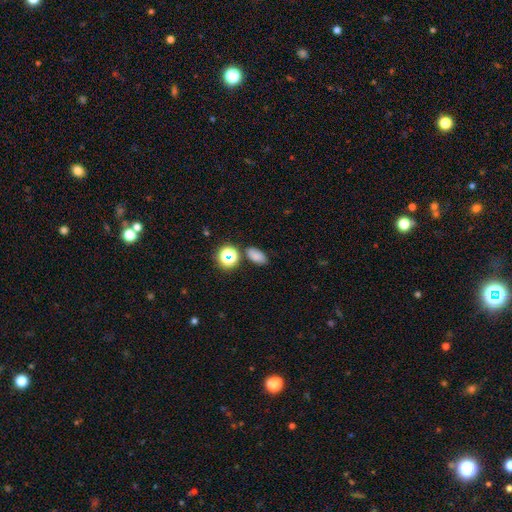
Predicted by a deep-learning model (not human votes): smooth_or_featured: smooth (p=0.76) [alt: star or artifact p=0.18]
how_rounded: in between (p=0.85) [alt: round p=0.12]
merging: none (p=0.79) [alt: minor disturbance p=0.12]